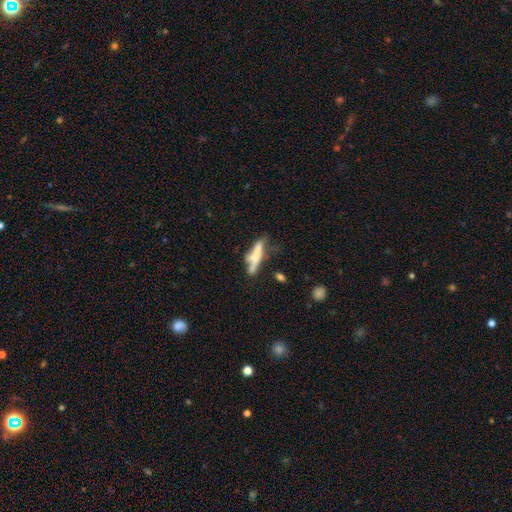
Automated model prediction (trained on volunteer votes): This appears to be a smooth galaxy with no disk features (53%) that is cigar-shaped (77%). Merging: none (39%).